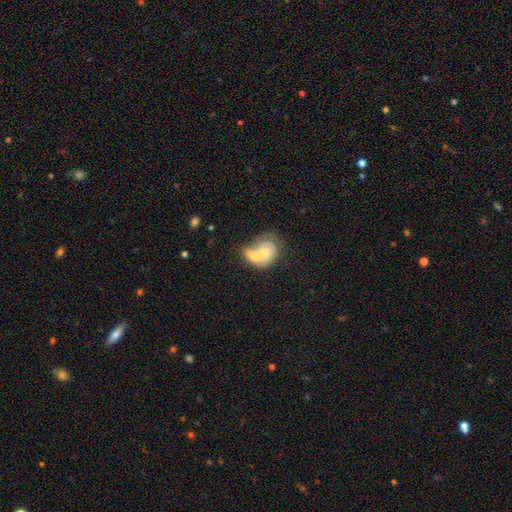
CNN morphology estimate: smooth-or-featured: smooth: 46% (tied) | featured or disk: 46% (tied) | star or artifact: 8%
  merging: merger: 68% | none: 18% | minor disturbance: 8% | major disturbance: 6%